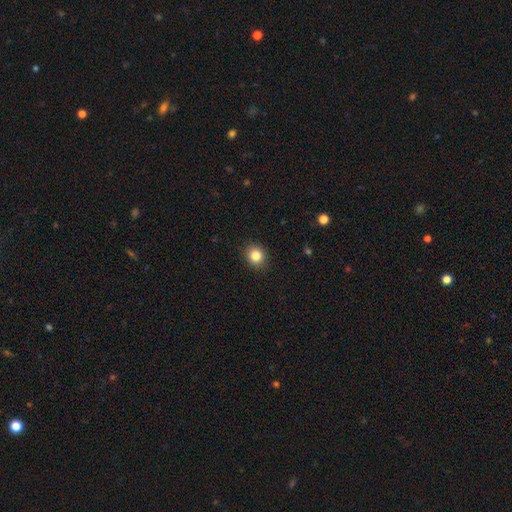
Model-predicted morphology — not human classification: smooth 85%, star or artifact 10%, featured or disk 5%. Down the decision tree: how rounded — round (74%); merging — none (90%).